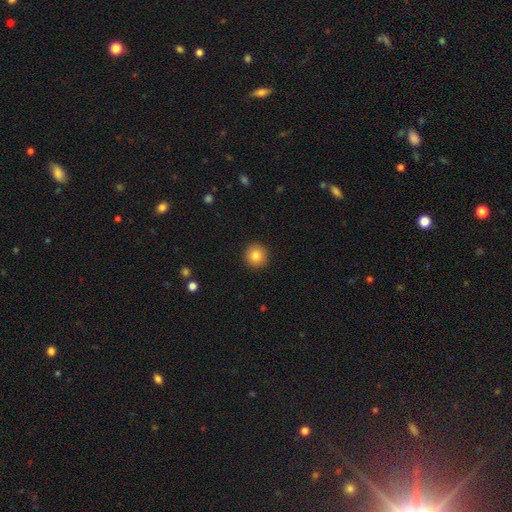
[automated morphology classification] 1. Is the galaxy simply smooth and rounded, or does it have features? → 84% smooth, 10% star or artifact, 7% featured or disk.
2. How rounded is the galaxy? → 95% round, 5% in between, 1% cigar-shaped.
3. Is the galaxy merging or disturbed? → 93% none, 5% minor disturbance, 2% major disturbance, 1% merger.